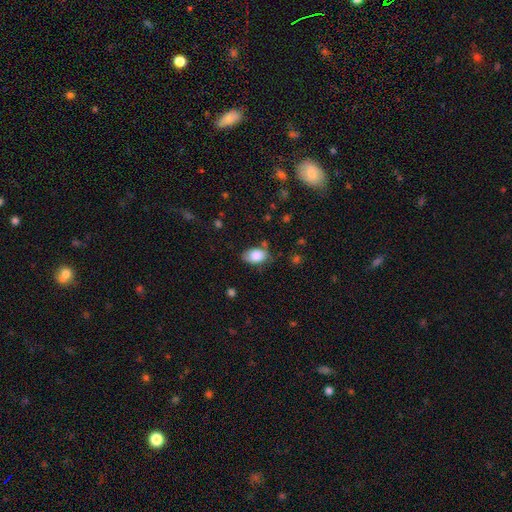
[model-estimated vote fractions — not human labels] This is clearly a smooth galaxy (85%). How rounded: clearly in between (89%). Merging: likely none (68%).